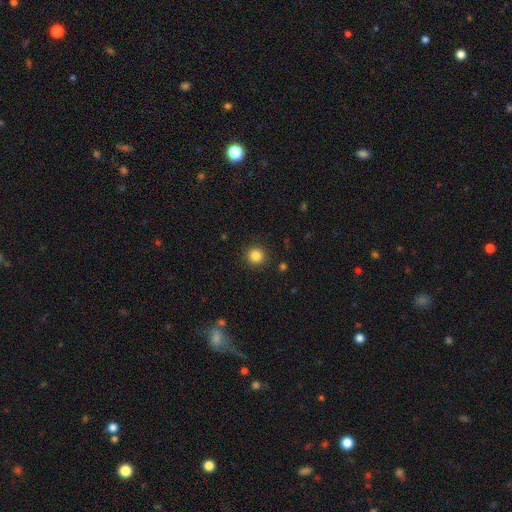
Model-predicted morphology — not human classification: The model was most divided on "smooth or featured": smooth: 85%, star or artifact: 11%, featured or disk: 4%. More confident: how rounded — round (93%); merging — none (91%).